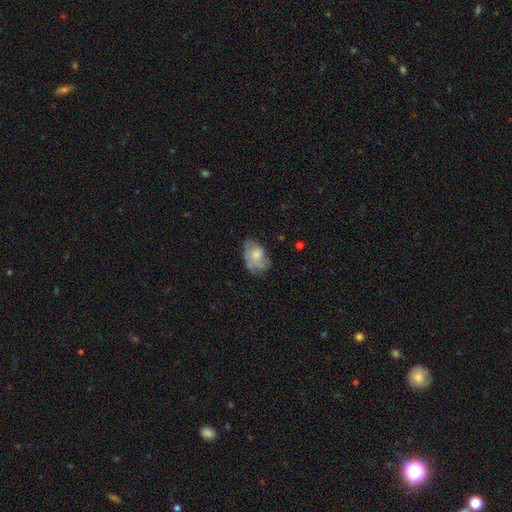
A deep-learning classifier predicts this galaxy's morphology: Q: Smooth or featured?
A: smooth (55%); runner-up: featured or disk (37%)
Q: How rounded?
A: in between (85%); runner-up: round (14%)
Q: Merging?
A: none (51%); runner-up: minor disturbance (31%)